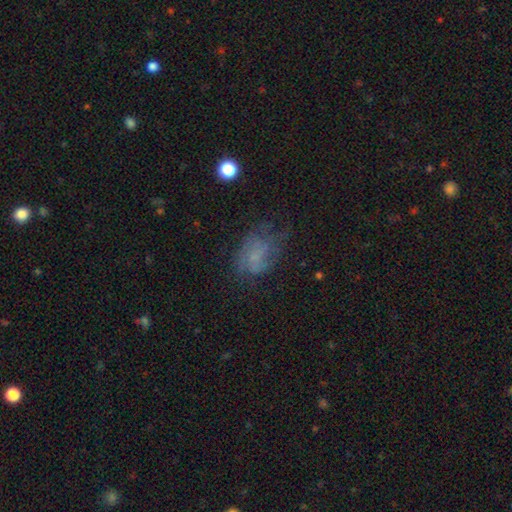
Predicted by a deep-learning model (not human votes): smooth-or-featured: smooth: 48% | featured or disk: 35% | star or artifact: 17%
  merging: none: 48% | minor disturbance: 26% | major disturbance: 24% | merger: 2%